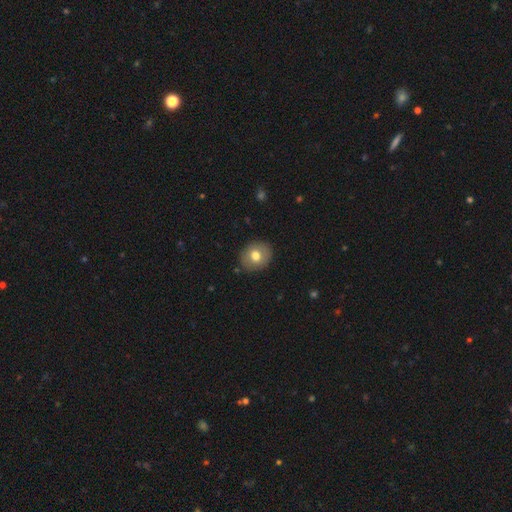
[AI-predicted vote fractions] Smooth or featured? Predicted: smooth (p=0.72). How rounded? Predicted: round (p=0.77). Merging? Predicted: none (p=0.88).